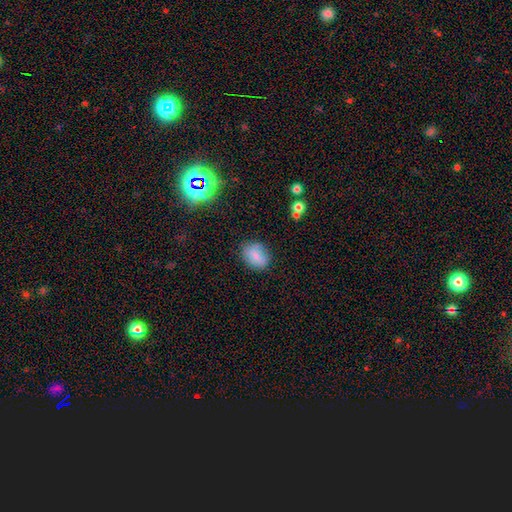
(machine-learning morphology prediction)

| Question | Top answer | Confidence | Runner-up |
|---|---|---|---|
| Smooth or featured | smooth | 80% | star or artifact (10%) |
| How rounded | in between | 71% | round (27%) |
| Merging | none | 78% | minor disturbance (16%) |